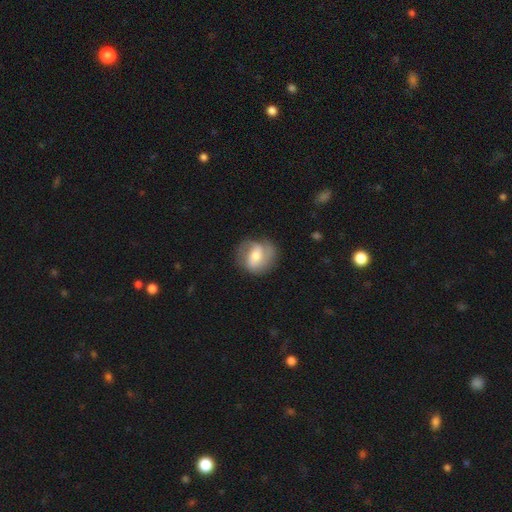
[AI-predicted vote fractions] featured or disk 60%, smooth 33%, star or artifact 7%. Down the decision tree: edge-on disk — no (96%); bar — weak (44%); spiral arms — yes (83%); bulge size — moderate (58%); merging — none (69%).